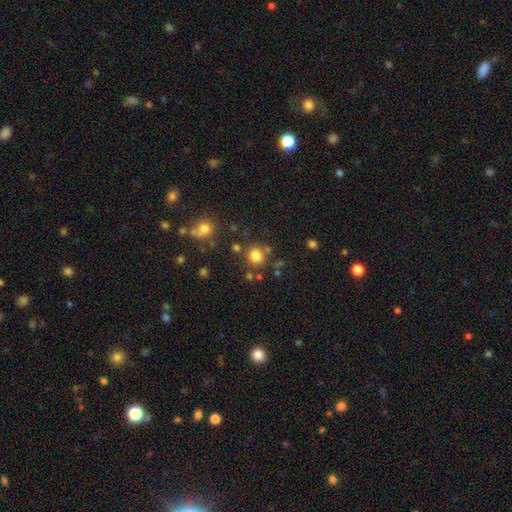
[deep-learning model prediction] Q: Smooth or featured?
A: smooth (80%); runner-up: star or artifact (14%)
Q: How rounded?
A: round (87%); runner-up: in between (12%)
Q: Merging?
A: none (77%); runner-up: minor disturbance (10%)